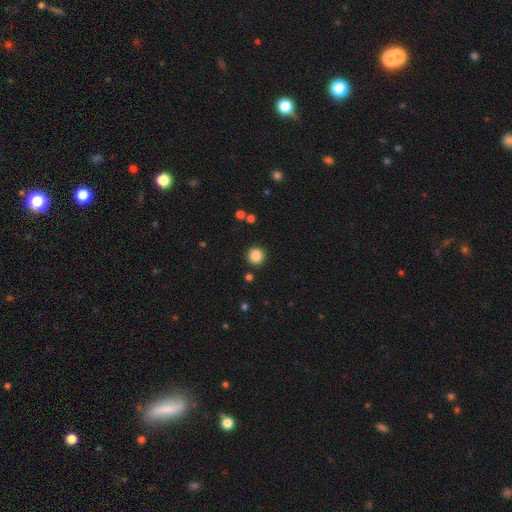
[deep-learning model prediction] This appears to be a smooth galaxy with no disk features (86%) that is round (94%). Merging: none (89%).